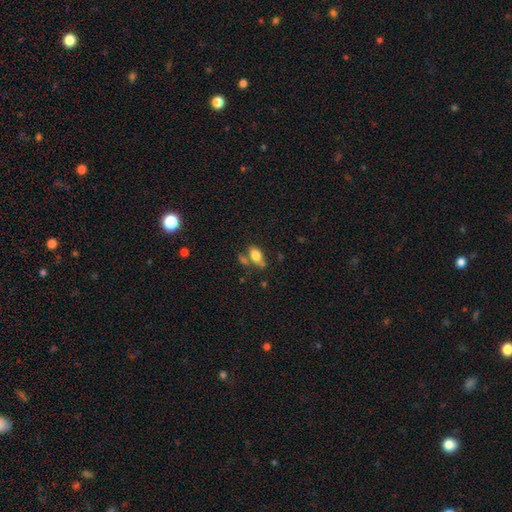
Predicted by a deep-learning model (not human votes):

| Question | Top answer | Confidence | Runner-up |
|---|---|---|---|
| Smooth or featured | smooth | 79% | featured or disk (11%) |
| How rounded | in between | 87% | round (9%) |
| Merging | none | 54% | merger (22%) |